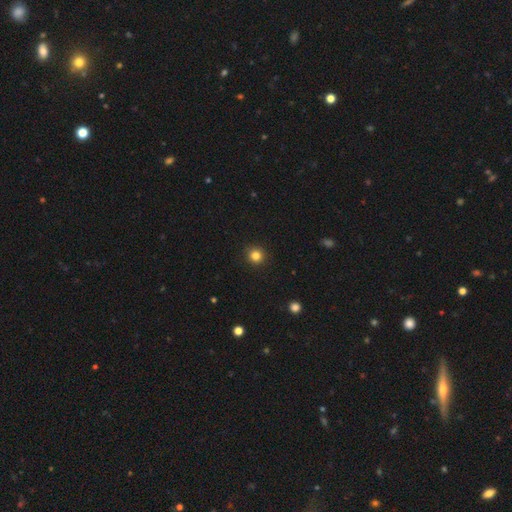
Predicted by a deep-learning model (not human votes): This appears to be a smooth galaxy with no disk features (83%) that is round (94%). Merging: none (92%).